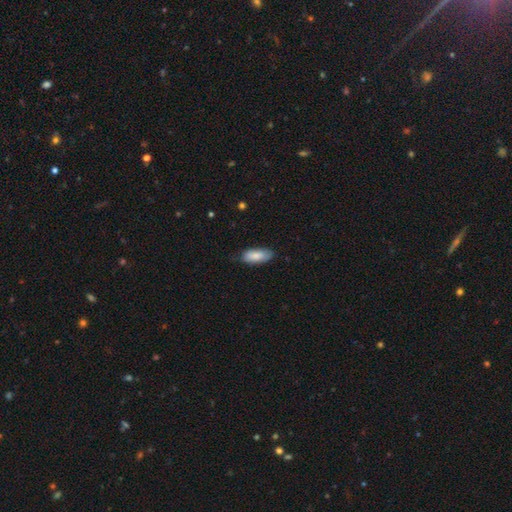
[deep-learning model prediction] Smooth or featured? Predicted: smooth (p=0.84). How rounded? Predicted: in between (p=0.83). Merging? Predicted: none (p=0.72).